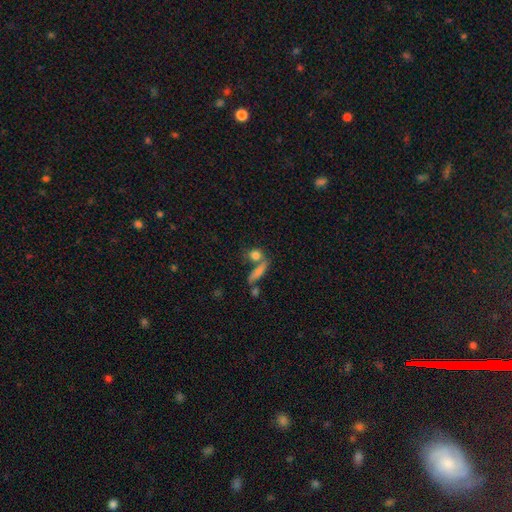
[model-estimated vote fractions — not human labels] smooth 76%, featured or disk 13%, star or artifact 11%. Down the decision tree: how rounded — in between (42%, tied with round); merging — none (45%).